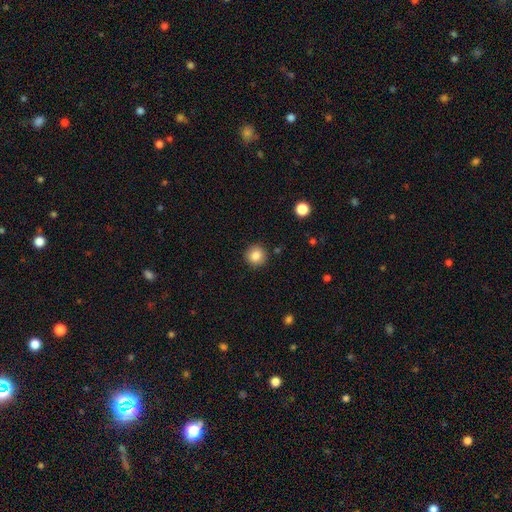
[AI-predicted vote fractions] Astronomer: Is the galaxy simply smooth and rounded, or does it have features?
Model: smooth — 85%.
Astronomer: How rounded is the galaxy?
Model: round — 93%.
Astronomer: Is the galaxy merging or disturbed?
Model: none — 90%.